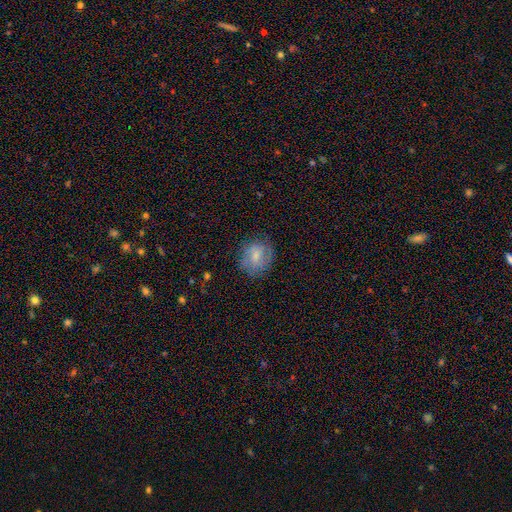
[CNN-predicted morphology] smooth-or-featured: smooth: 64% | featured or disk: 28% | star or artifact: 8%
  how-rounded: round: 70% | in between: 29% | cigar-shaped: 1%
  merging: none: 74% | minor disturbance: 18% | major disturbance: 7% | merger: 1%